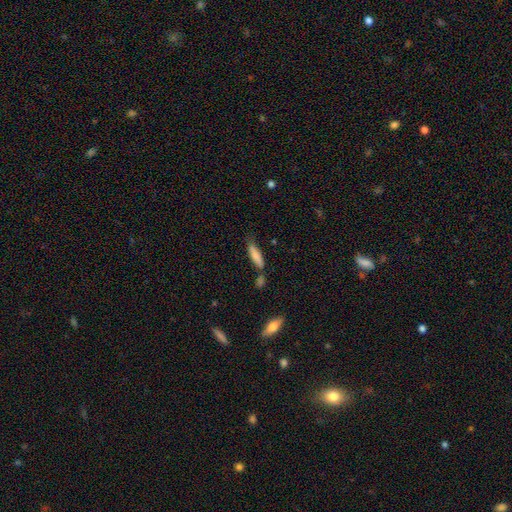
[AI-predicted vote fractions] Smooth or featured: smooth — 80% (featured or disk — 13%)
How rounded: cigar-shaped — 69% (in between — 29%)
Merging: none — 61% (minor disturbance — 20%)